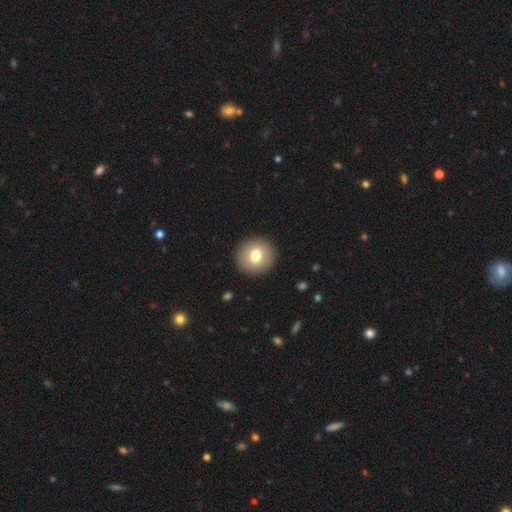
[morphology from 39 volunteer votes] type=smooth (64%); roundness=round (92%); merging=none (89%).